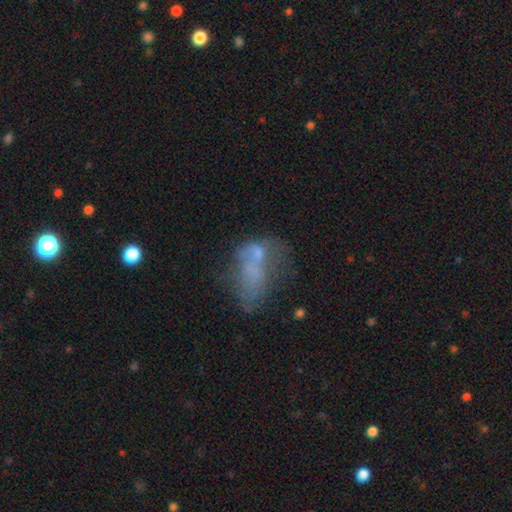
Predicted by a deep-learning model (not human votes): Q: Smooth or featured?
A: featured or disk (46%); runner-up: smooth (41%)
Q: Merging?
A: merger (32%); runner-up: major disturbance (31%)